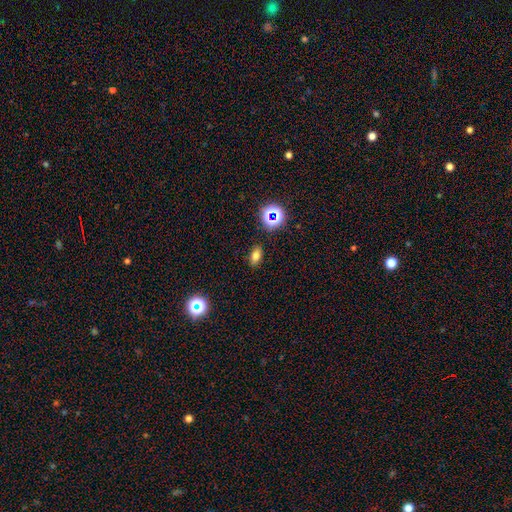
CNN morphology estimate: A smooth galaxy with no disk features (72%) that is in between round and cigar-shaped (83%). Merging: none (86%).